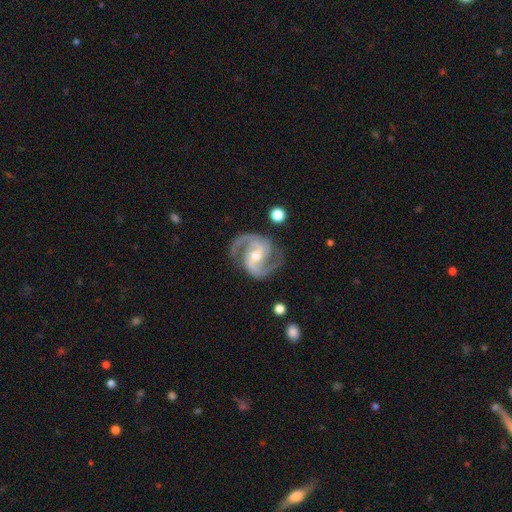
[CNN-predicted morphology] This appears to be a featured or disk galaxy (93%) with a weak bar (41%), 2 (90%) medium (62%) spiral arms (98%) and a moderate central bulge (61%). Merging: none (80%).